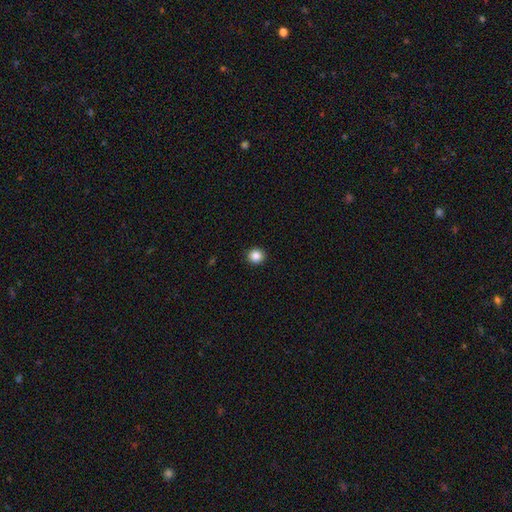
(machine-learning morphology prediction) Smooth or featured?
  - smooth: 86% *
  - star or artifact: 10%
  - featured or disk: 3%
How rounded?
  - round: 91% *
  - in between: 8%
  - cigar-shaped: 1%
Merging?
  - none: 93% *
  - minor disturbance: 5%
  - major disturbance: 2%
  - merger: 1%